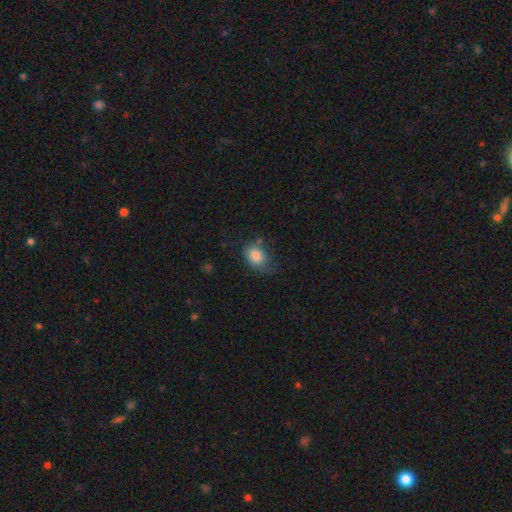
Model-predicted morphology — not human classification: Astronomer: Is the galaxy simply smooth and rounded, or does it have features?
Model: smooth — 83%.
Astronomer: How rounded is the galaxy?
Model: in between — 75%.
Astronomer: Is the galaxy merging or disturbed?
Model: none — 51% (runner-up: minor disturbance, 33%).